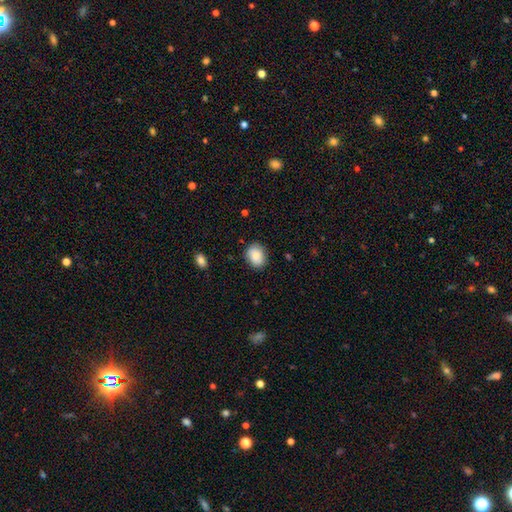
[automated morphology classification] This is clearly a smooth galaxy (87%). How rounded: likely in between (62%). Merging: clearly none (83%).